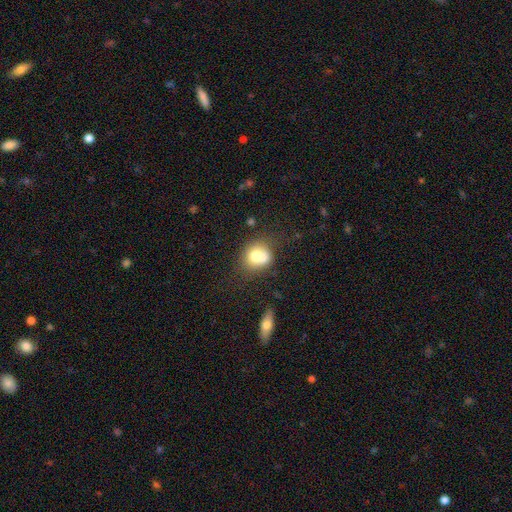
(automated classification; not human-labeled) This appears to be a smooth galaxy with no disk features (71%) that is round (74%). Merging: merger (40%).